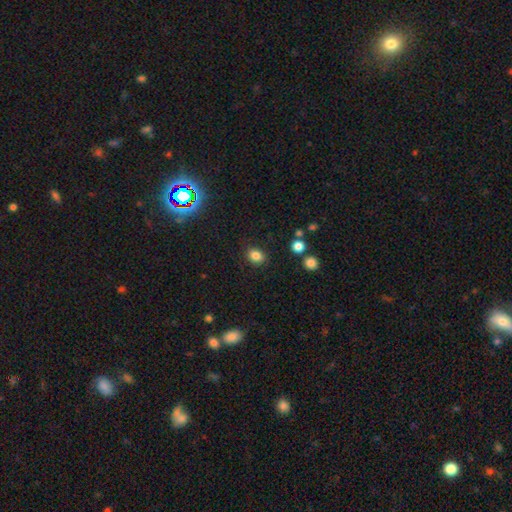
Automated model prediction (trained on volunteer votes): This is clearly a smooth galaxy (82%). How rounded: possibly in between (53%). Merging: clearly none (85%).